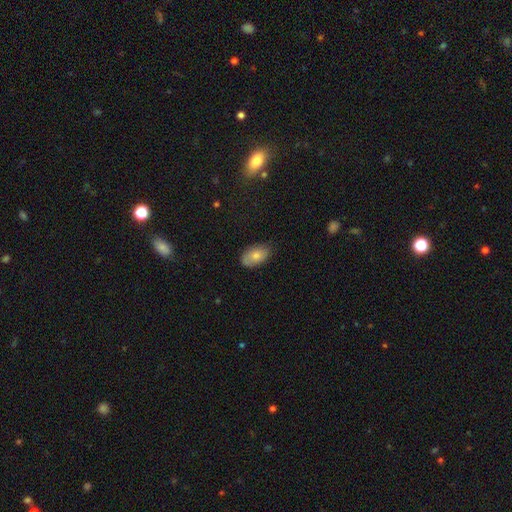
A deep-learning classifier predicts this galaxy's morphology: smooth_or_featured: smooth (p=0.72) [alt: featured or disk p=0.20]
how_rounded: in between (p=0.92) [alt: round p=0.06]
merging: none (p=0.71) [alt: minor disturbance p=0.23]